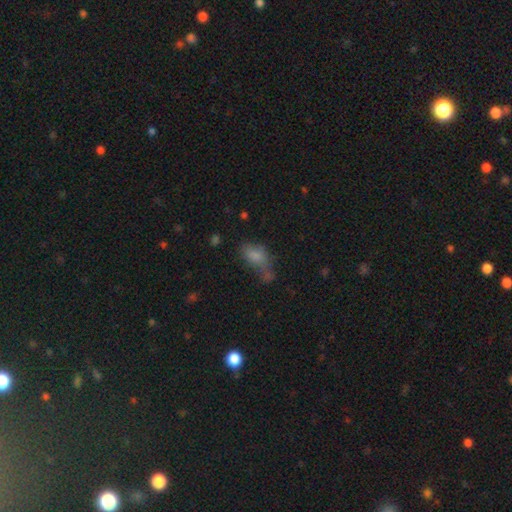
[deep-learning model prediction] Smooth or featured? Predicted: smooth (p=0.74). How rounded? Predicted: in between (p=0.88). Merging? Predicted: none (p=0.32).